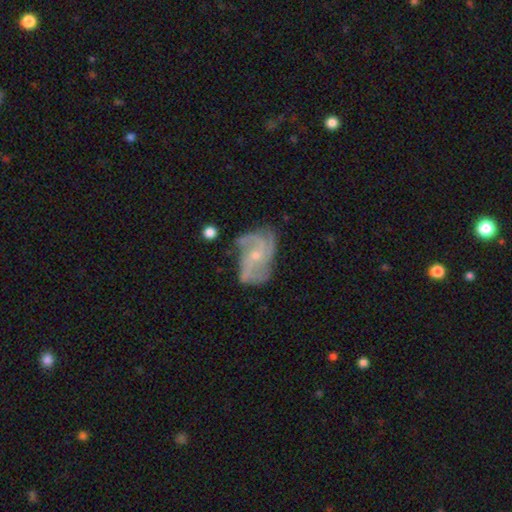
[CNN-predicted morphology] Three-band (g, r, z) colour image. It shows a featured or disk galaxy (84%) with no bar (63%), 3 (44%) medium (49%) spiral arms (95%) and a small central bulge (66%). Merging: none (57%).